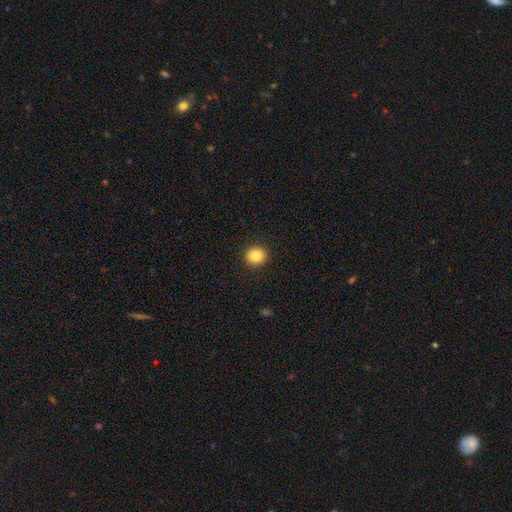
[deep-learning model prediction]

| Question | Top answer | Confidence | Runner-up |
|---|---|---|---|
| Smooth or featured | smooth | 85% | star or artifact (9%) |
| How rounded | round | 89% | in between (10%) |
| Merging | none | 92% | minor disturbance (5%) |